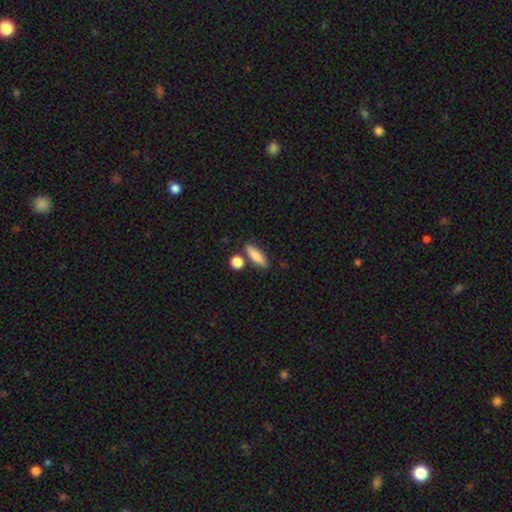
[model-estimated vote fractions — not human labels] Smooth or featured? Predicted: smooth (p=0.83). How rounded? Predicted: in between (p=0.50). Merging? Predicted: none (p=0.75).